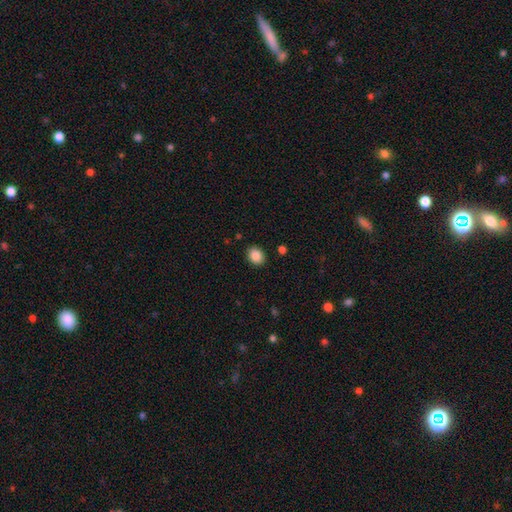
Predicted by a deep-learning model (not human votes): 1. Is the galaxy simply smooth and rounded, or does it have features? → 88% smooth, 9% star or artifact, 4% featured or disk.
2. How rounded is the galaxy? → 50% round, 49% in between, 1% cigar-shaped.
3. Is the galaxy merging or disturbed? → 89% none, 8% minor disturbance, 2% major disturbance, 1% merger.